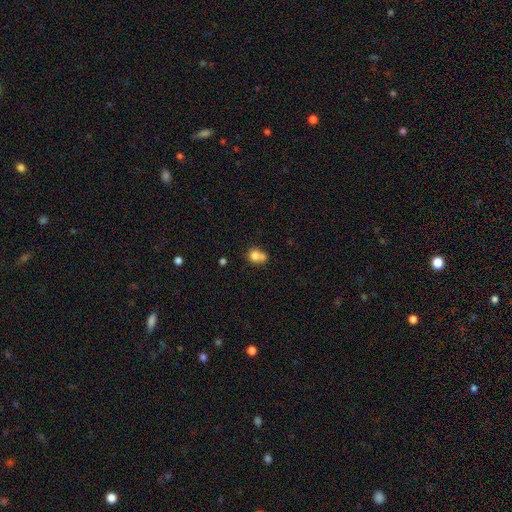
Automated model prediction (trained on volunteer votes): Smooth or featured? smooth (76%)
How rounded? round (63%)
Merging? merger (49%)